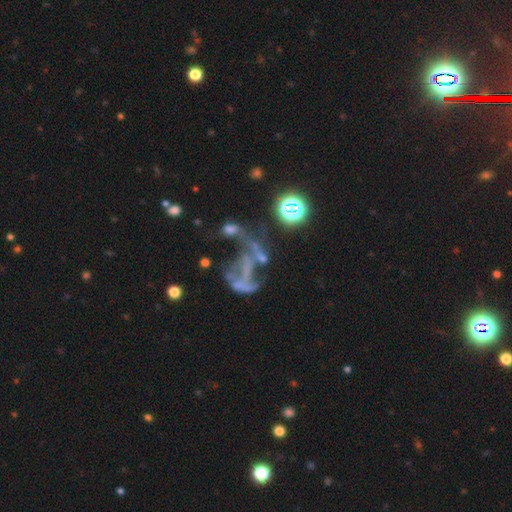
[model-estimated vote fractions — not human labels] smooth_or_featured: featured or disk (p=0.50) [alt: star or artifact p=0.30]
disk_edge_on: no (p=0.95) [alt: yes p=0.05]
merging: major disturbance (p=0.40) [alt: merger p=0.29]